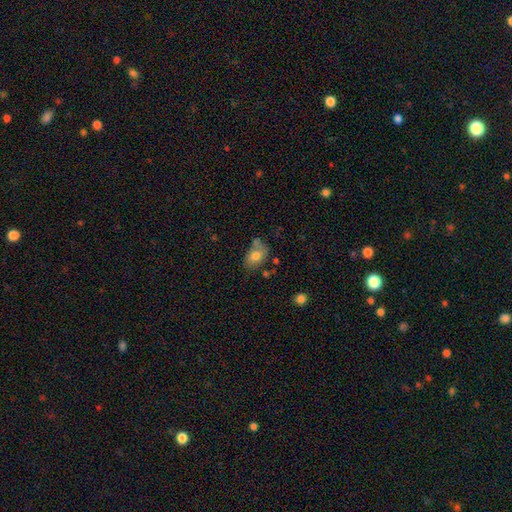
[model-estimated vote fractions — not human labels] smooth-or-featured: smooth: 75% | featured or disk: 16% | star or artifact: 9%
  how-rounded: in between: 79% | round: 20% | cigar-shaped: 1%
  merging: none: 50% | minor disturbance: 24% | merger: 19% | major disturbance: 8%